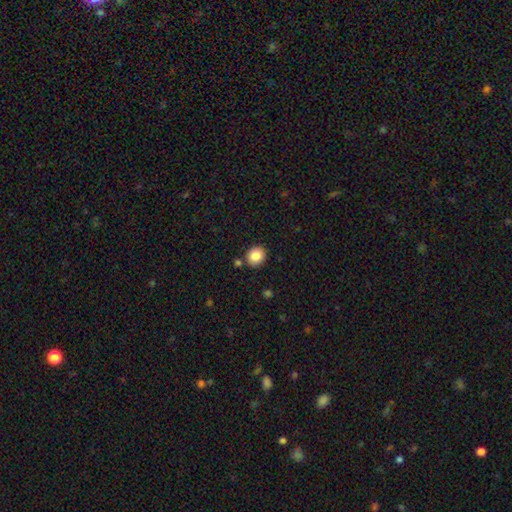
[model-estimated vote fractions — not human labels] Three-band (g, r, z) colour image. It shows a smooth galaxy with no disk features (85%) that is round (72%). Merging: none (85%).